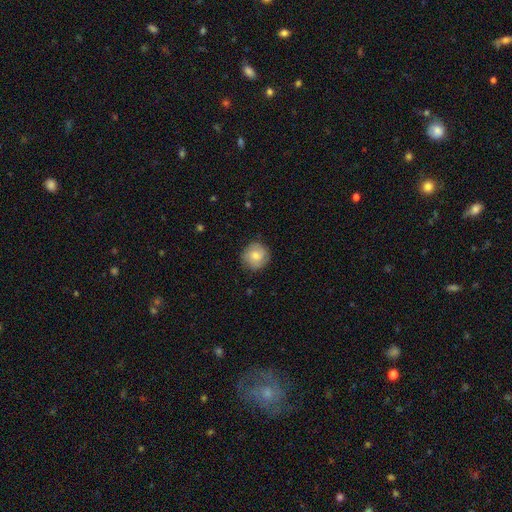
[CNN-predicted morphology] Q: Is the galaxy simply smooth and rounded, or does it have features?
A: smooth — 71%.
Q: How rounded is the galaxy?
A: round — 92%.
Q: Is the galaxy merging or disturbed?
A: none — 82%.